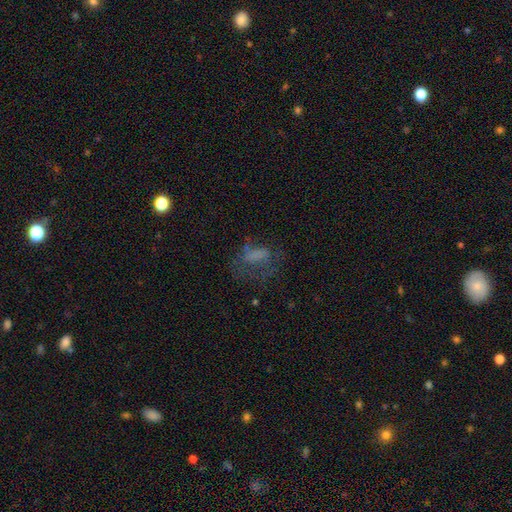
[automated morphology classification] Smooth or featured? smooth (49%)
Merging? major disturbance (39%)